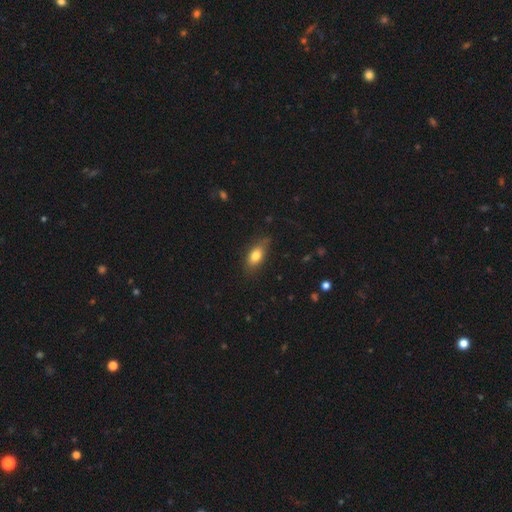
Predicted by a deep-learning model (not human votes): Overall: smooth (77%). How rounded: in between (82%). Merging: none (73%).